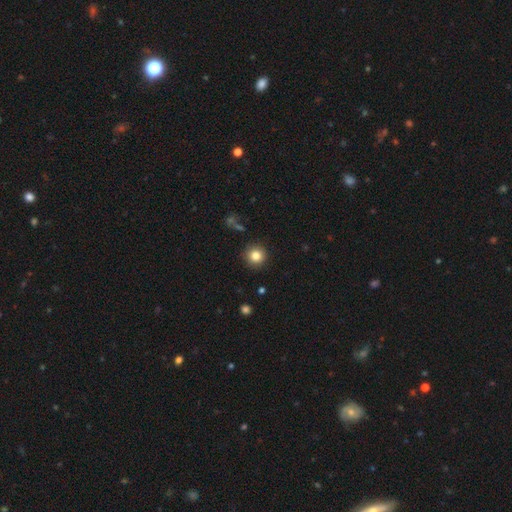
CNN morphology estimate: Overall: smooth (84%). How rounded: round (95%). Merging: none (91%).